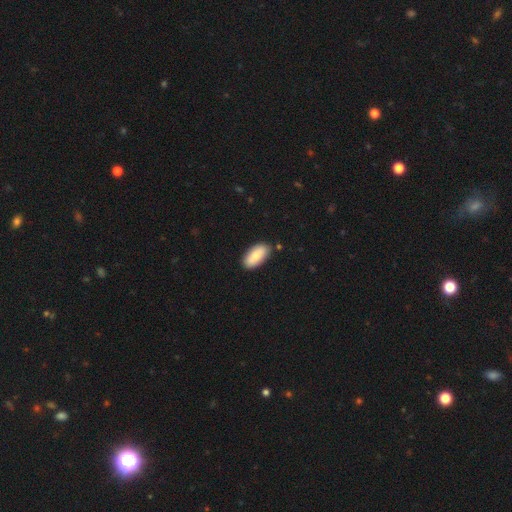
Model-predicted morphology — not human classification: Overall: smooth (81%). How rounded: in between (92%). Merging: none (86%).